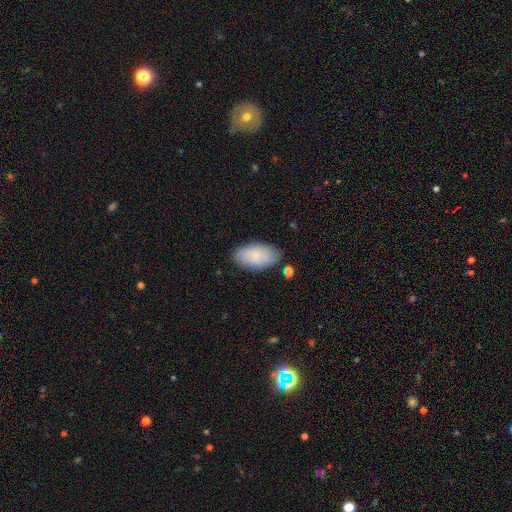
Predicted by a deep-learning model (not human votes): smooth-or-featured: smooth: 82% | featured or disk: 12% | star or artifact: 6%
  how-rounded: in between: 95% | round: 3% | cigar-shaped: 2%
  merging: none: 81% | minor disturbance: 14% | major disturbance: 3% | merger: 2%